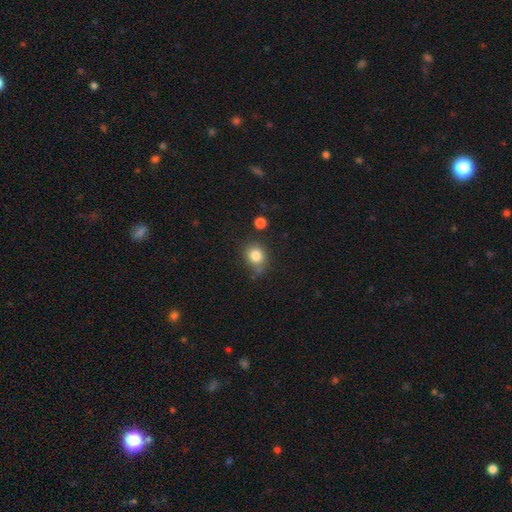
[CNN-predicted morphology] smooth-or-featured: smooth: 82% | star or artifact: 11% | featured or disk: 7%
  how-rounded: round: 71% | in between: 28% | cigar-shaped: 1%
  merging: none: 68% | minor disturbance: 19% | merger: 8% | major disturbance: 5%